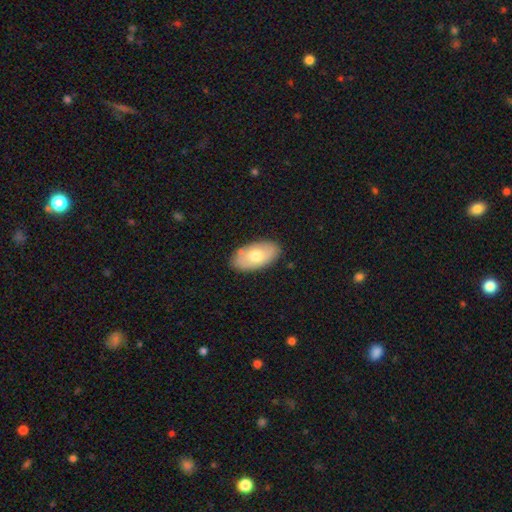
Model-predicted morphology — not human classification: Overall: smooth (65%; featured or disk 29%). How rounded: in between (94%). Merging: none (82%).